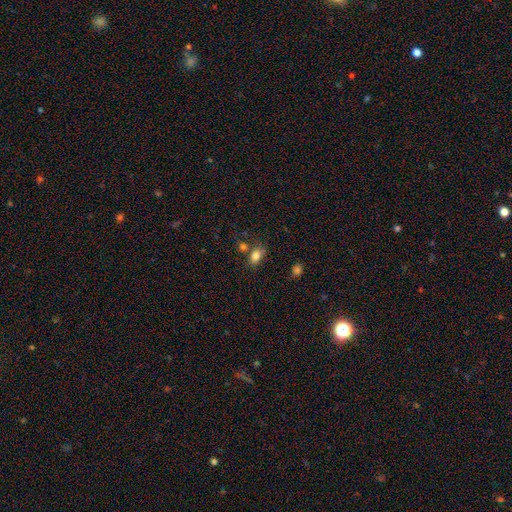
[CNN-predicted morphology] Smooth or featured: smooth — 82% (star or artifact — 11%)
How rounded: in between — 82% (round — 16%)
Merging: none — 60% (merger — 18%)